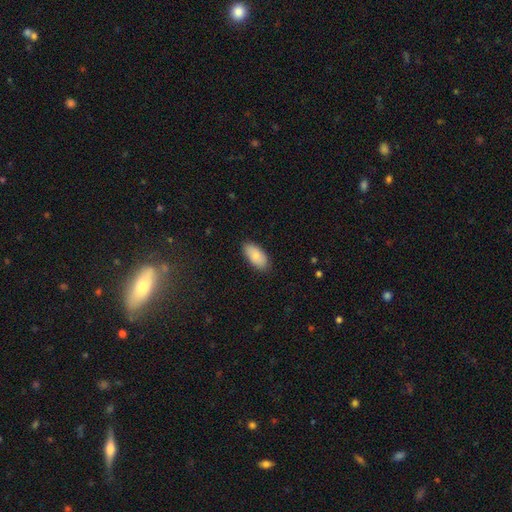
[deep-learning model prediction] A smooth galaxy with no disk features (83%) that is in between round and cigar-shaped (93%).

Vote fractions:
- Smooth or featured? smooth: 83% / featured or disk: 11% / star or artifact: 6%
- How rounded? in between: 93% / cigar-shaped: 5% / round: 2%
- Merging? none: 85% / minor disturbance: 12% / major disturbance: 2% / merger: 1%